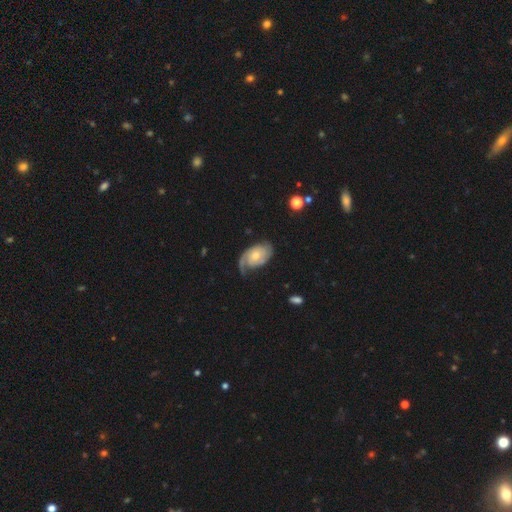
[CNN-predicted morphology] This appears to be a featured or disk galaxy (76%) with no bar (70%), 2 (42%) tight (44%) spiral arms (93%) and a moderate central bulge (49%). Merging: none (55%).